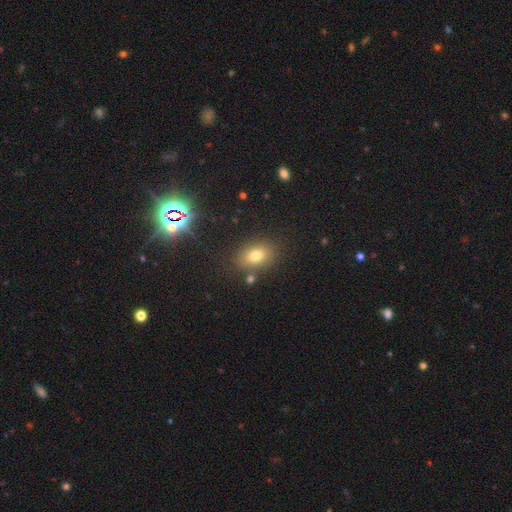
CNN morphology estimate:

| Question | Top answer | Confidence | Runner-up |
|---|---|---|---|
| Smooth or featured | smooth | 72% | star or artifact (17%) |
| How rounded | in between | 73% | round (26%) |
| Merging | none | 80% | minor disturbance (11%) |